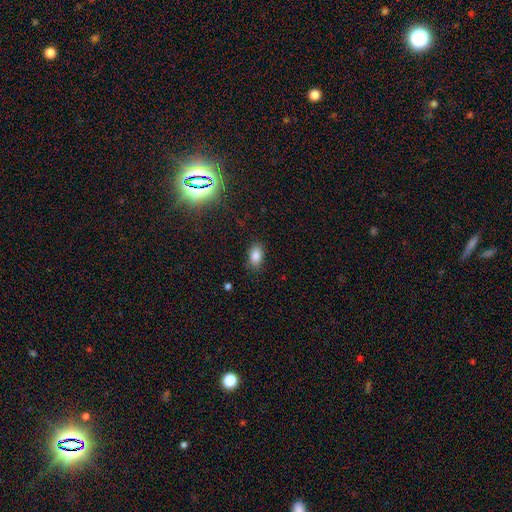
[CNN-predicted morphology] type=smooth (83%); roundness=in between (89%); merging=none (84%).